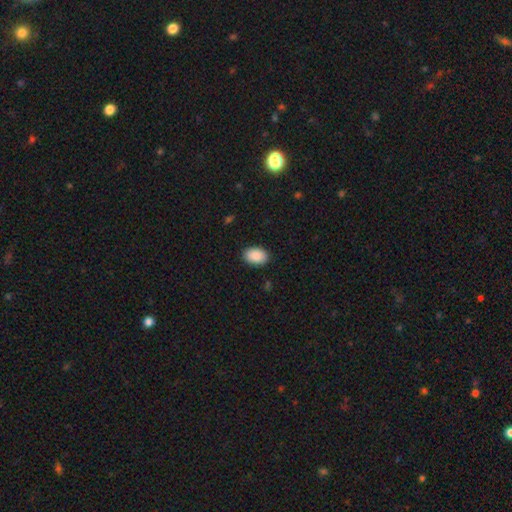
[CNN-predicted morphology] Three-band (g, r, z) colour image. It shows a smooth galaxy with no disk features (90%) that is in between round and cigar-shaped (89%). Merging: none (90%).